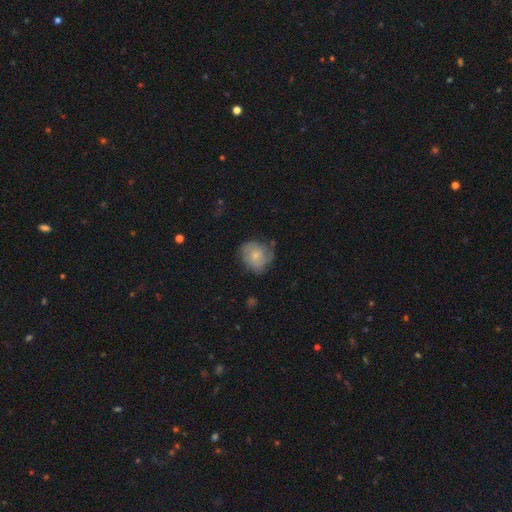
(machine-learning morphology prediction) smooth 58%, featured or disk 35%, star or artifact 7%. Down the decision tree: how rounded — round (77%); merging — none (57%).